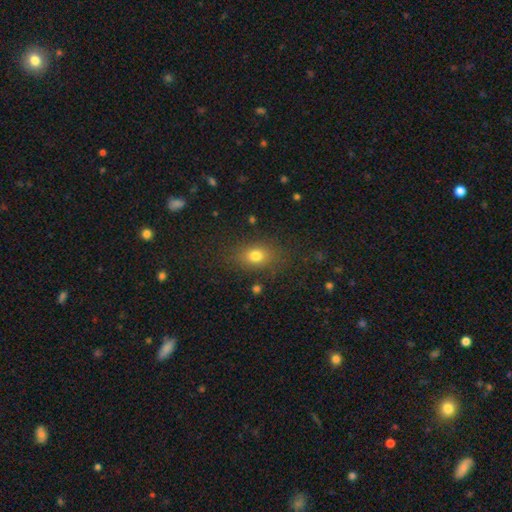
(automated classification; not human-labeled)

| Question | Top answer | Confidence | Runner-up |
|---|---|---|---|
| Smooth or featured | smooth | 77% | star or artifact (13%) |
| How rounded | in between | 67% | round (30%) |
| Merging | none | 81% | minor disturbance (12%) |